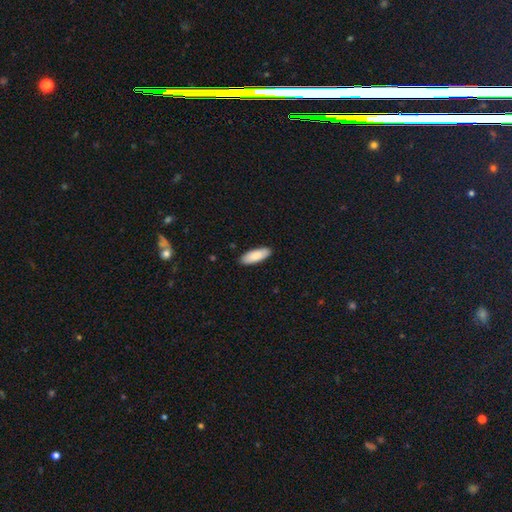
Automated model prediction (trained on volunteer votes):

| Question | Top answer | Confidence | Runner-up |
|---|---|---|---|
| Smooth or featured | smooth | 88% | featured or disk (7%) |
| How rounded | in between | 69% | cigar-shaped (29%) |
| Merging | none | 90% | minor disturbance (8%) |